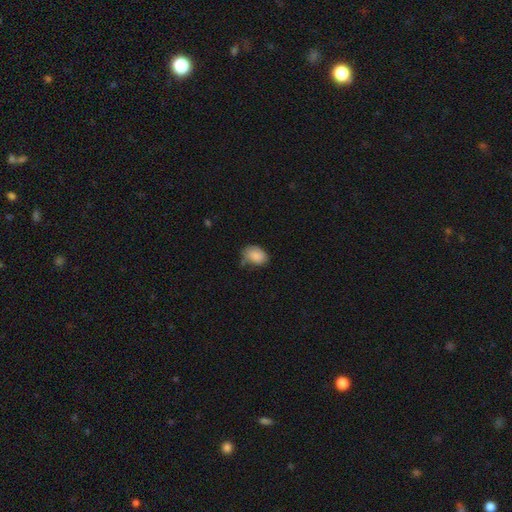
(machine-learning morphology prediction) A smooth galaxy with no disk features (83%) that is in between round and cigar-shaped (79%). Merging: none (47%).